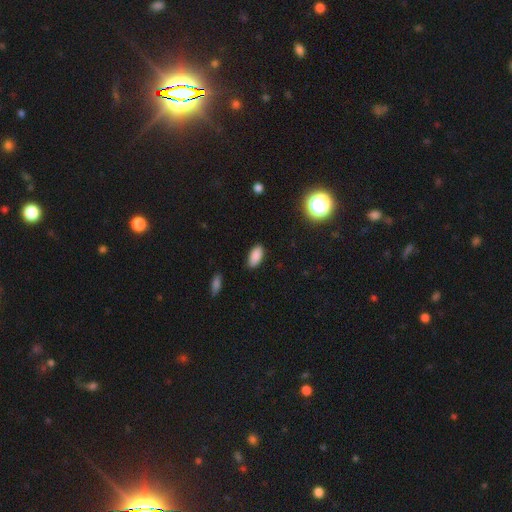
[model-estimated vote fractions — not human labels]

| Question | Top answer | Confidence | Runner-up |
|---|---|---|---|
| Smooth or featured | smooth | 86% | star or artifact (9%) |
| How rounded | in between | 91% | cigar-shaped (6%) |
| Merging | none | 85% | minor disturbance (12%) |